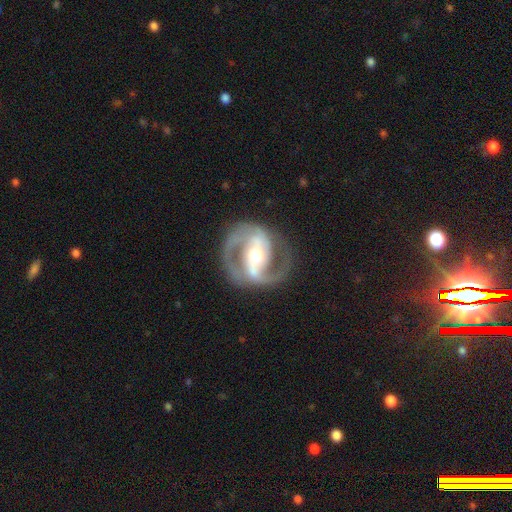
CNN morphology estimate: Smooth or featured: featured or disk — 91% (smooth — 5%)
Edge-on disk: no — 97% (yes — 3%)
Bar: strong — 59% (weak — 27%)
Spiral arms: yes — 96% (no — 4%)
Spiral winding: medium — 58% (tight — 28%)
Spiral arm count: 2 — 92% (can't tell — 2%)
Bulge size: moderate — 69% (small — 19%)
Merging: none — 81% (minor disturbance — 11%)